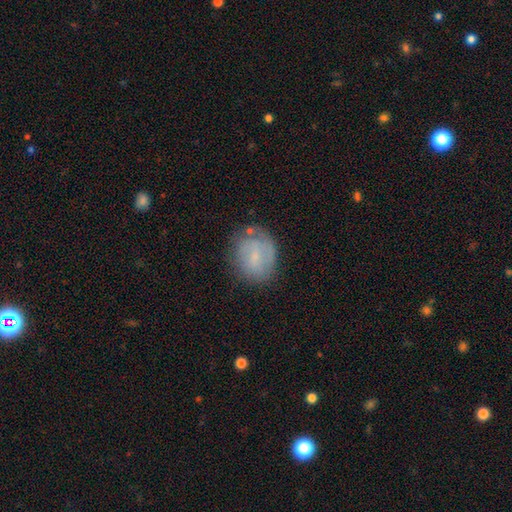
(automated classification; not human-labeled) This is possibly a smooth galaxy (51%). How rounded: possibly round (57%). Merging: likely none (64%).